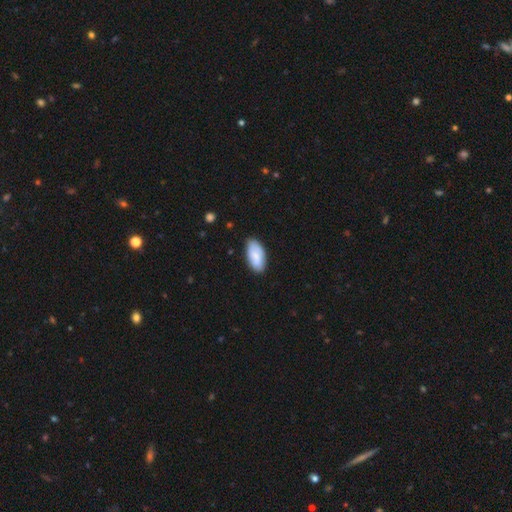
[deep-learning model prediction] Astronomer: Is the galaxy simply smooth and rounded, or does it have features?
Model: smooth — 80%.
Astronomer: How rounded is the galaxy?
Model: in between — 94%.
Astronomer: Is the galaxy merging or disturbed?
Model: none — 81%.